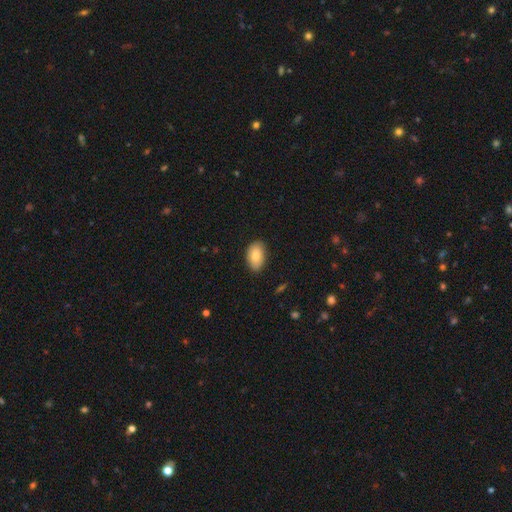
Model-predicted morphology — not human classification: smooth-or-featured: smooth: 83% | featured or disk: 11% | star or artifact: 7%
  how-rounded: in between: 92% | round: 6% | cigar-shaped: 1%
  merging: none: 83% | minor disturbance: 14% | major disturbance: 2% | merger: 1%